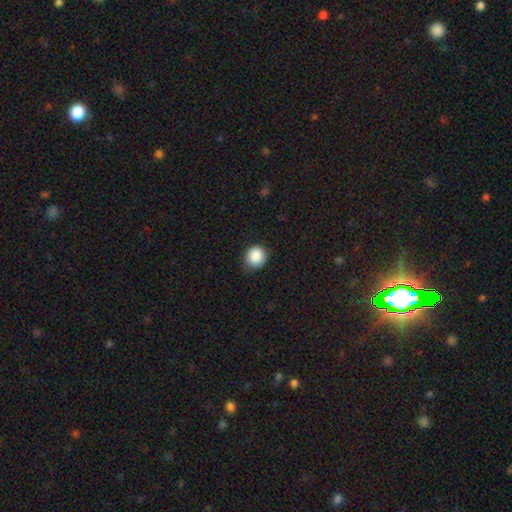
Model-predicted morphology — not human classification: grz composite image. It shows a smooth galaxy with no disk features (88%) that is round (85%). Merging: none (83%).